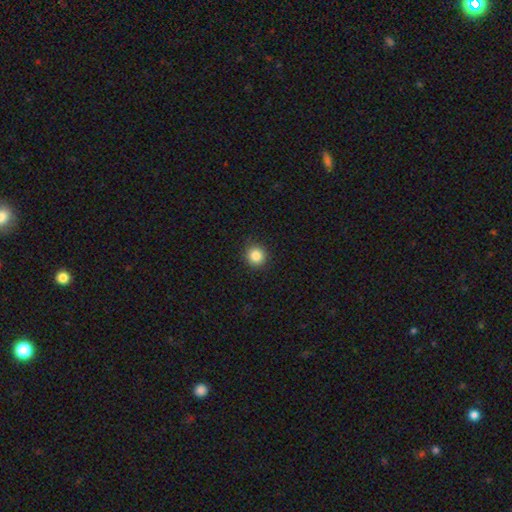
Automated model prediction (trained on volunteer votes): Smooth or featured? smooth (85%)
How rounded? round (94%)
Merging? none (91%)